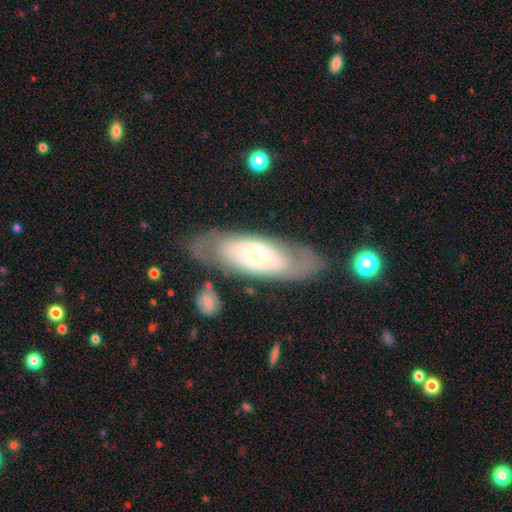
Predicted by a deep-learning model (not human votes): smooth-or-featured: featured or disk: 67% | smooth: 28% | star or artifact: 6%
  disk-edge-on: no: 83% | yes: 17%
    bar: no: 81% | weak: 14% | strong: 5%
    has-spiral-arms: no: 56% | yes: 44%
    bulge-size: moderate: 58% | small: 33% | large: 7% | dominant: 1% | none: 1%
  merging: none: 74% | minor disturbance: 16% | major disturbance: 7% | merger: 3%